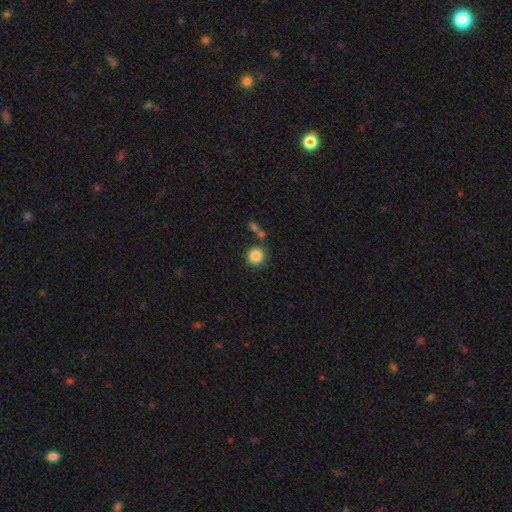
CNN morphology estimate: A smooth galaxy with no disk features (85%) that is round (91%). Merging: none (77%).